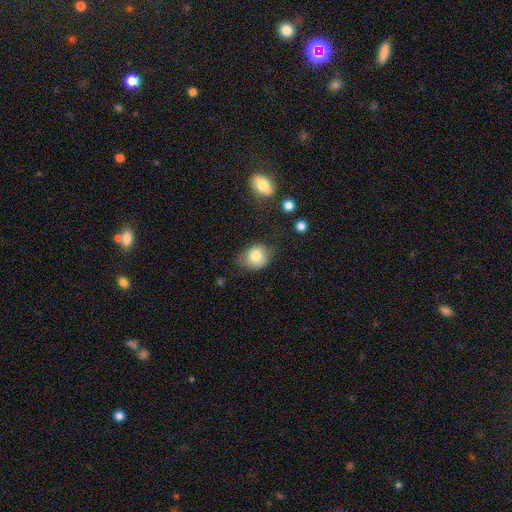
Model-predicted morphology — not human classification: Overall: smooth (80%). How rounded: round (60%; in between 39%). Merging: none (67%).